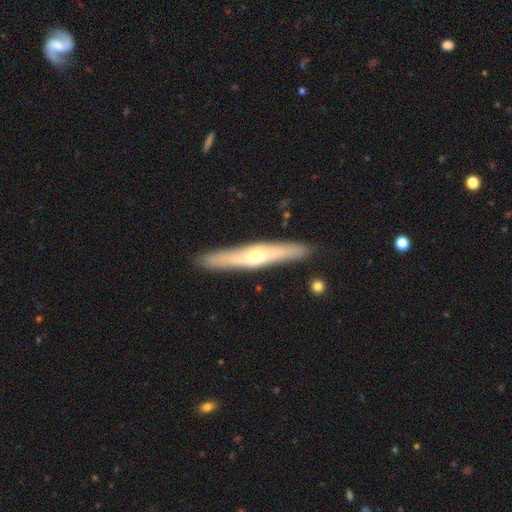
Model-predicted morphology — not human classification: A featured or disk galaxy (63%) viewed edge-on (89%) with a rounded central bulge (82%). Merging: none (89%).